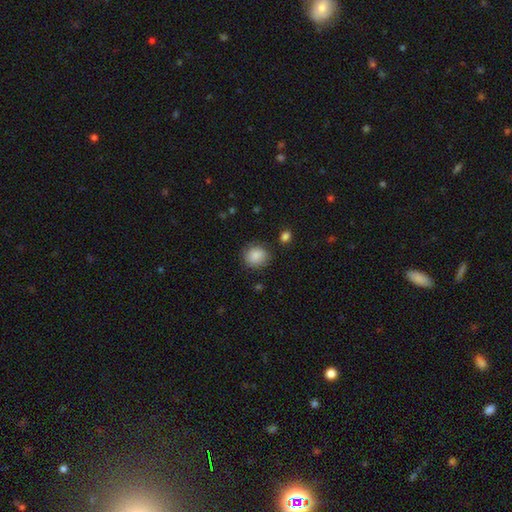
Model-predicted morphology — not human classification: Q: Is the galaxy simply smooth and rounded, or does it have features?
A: smooth — 86%.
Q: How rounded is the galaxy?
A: round — 81%.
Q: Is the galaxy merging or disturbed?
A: none — 79%.